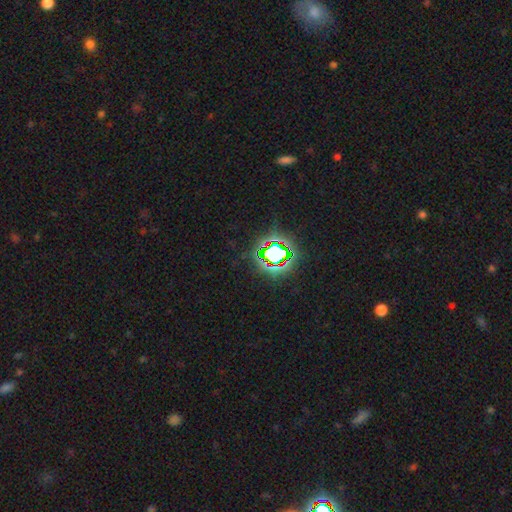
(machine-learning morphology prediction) Smooth or featured? Predicted: star or artifact (p=0.81).